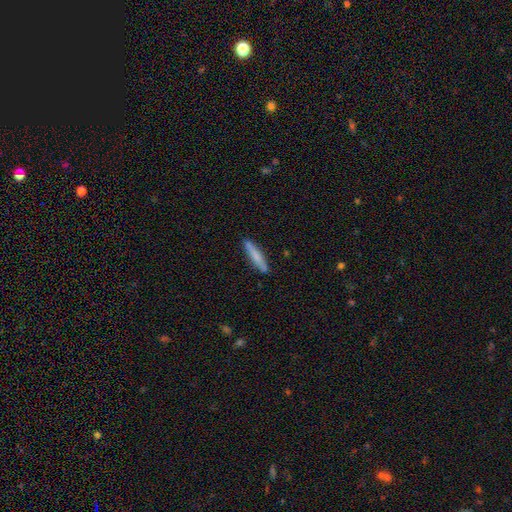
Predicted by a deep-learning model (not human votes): A smooth galaxy with no disk features (72%) that is cigar-shaped (92%).

Vote fractions:
- Smooth or featured? smooth: 72% / featured or disk: 22% / star or artifact: 6%
- How rounded? cigar-shaped: 92% / in between: 7% / round: 1%
- Merging? none: 88% / minor disturbance: 9% / major disturbance: 2% / merger: 2%